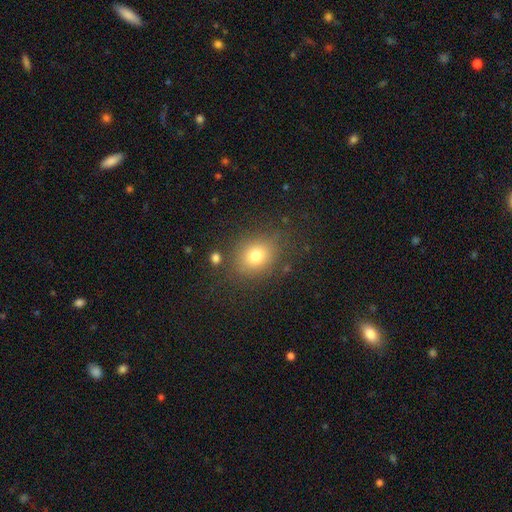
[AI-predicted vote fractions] A smooth galaxy with no disk features (77%) that is round (56%).

Vote fractions:
- Smooth or featured? smooth: 77% / star or artifact: 13% / featured or disk: 10%
- How rounded? round: 56% / in between: 43% / cigar-shaped: 1%
- Merging? none: 81% / minor disturbance: 12% / major disturbance: 4% / merger: 3%